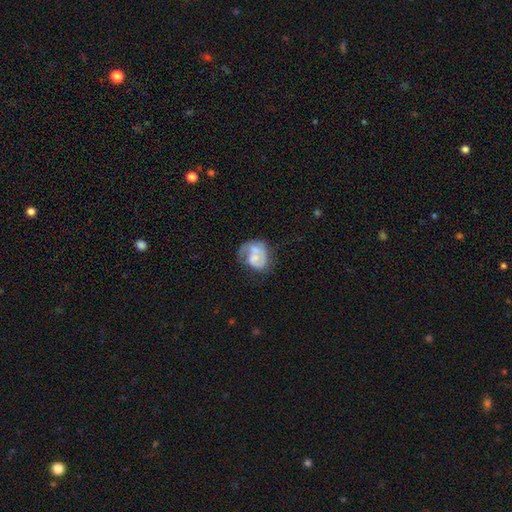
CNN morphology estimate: This appears to be a featured or disk galaxy (54%) with no bar (73%), spiral arms (65%) and a moderate central bulge (34%). Merging: none (34%).